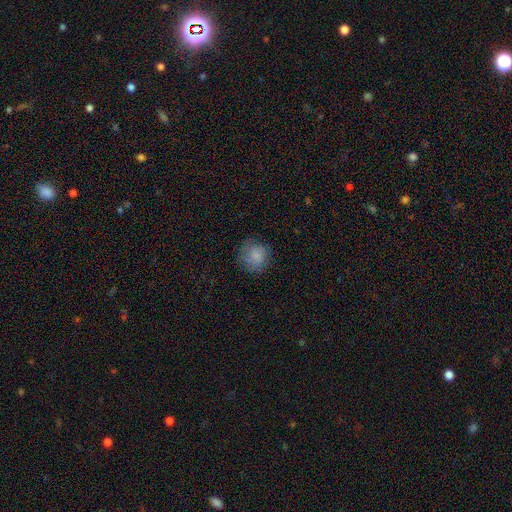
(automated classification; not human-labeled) This appears to be a smooth galaxy with no disk features (82%) that is round (89%). Merging: none (78%).